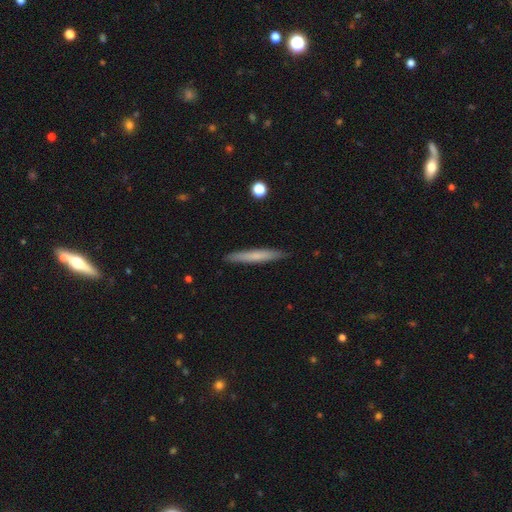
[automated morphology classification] Overall: smooth (67%). How rounded: cigar-shaped (95%). Merging: none (90%).